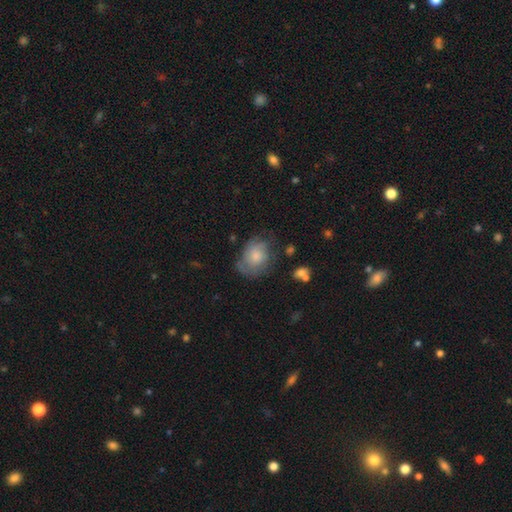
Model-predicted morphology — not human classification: smooth_or_featured: smooth (p=0.62) [alt: featured or disk p=0.31]
how_rounded: in between (p=0.54) [alt: round p=0.45]
merging: none (p=0.49) [alt: minor disturbance p=0.31]